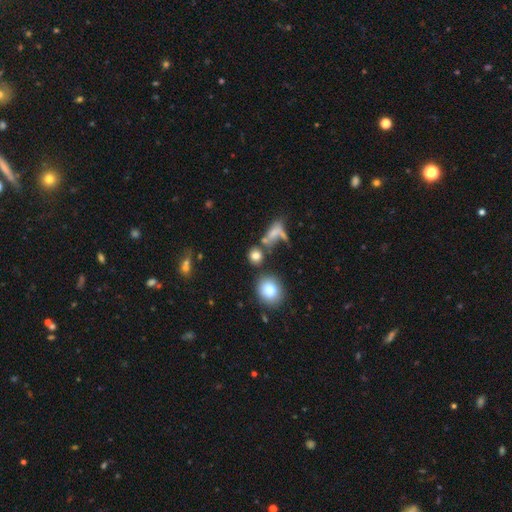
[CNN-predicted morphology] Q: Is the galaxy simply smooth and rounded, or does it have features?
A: smooth — 76%.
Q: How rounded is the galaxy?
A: round — 75%.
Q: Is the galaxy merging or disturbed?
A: none — 56%.